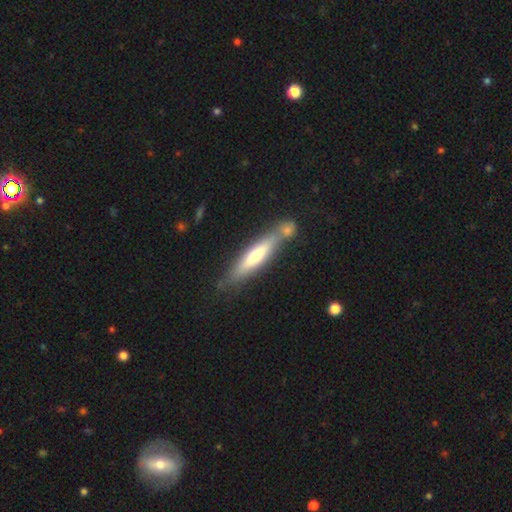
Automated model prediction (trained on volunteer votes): smooth-or-featured: featured or disk: 47% (tied) | smooth: 47% (tied) | star or artifact: 6%
  merging: none: 64% | merger: 20% | minor disturbance: 13% | major disturbance: 3%